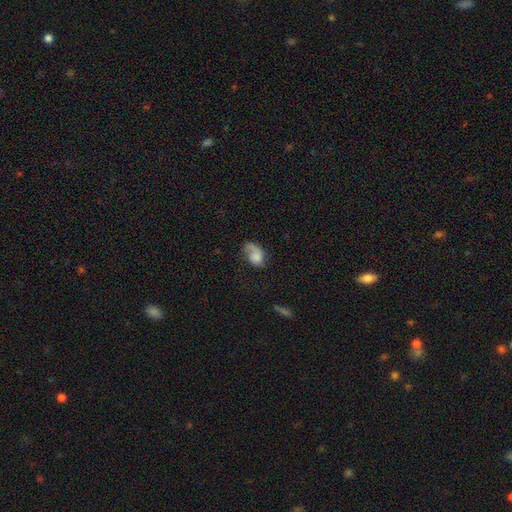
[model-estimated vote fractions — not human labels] Morphology: type=smooth (55%); roundness=in between (77%); merging=major disturbance (38%).